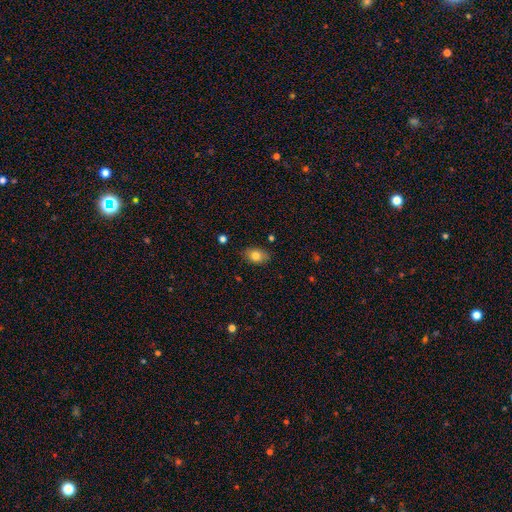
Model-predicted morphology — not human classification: Overall: smooth (81%). How rounded: in between (83%). Merging: none (84%).